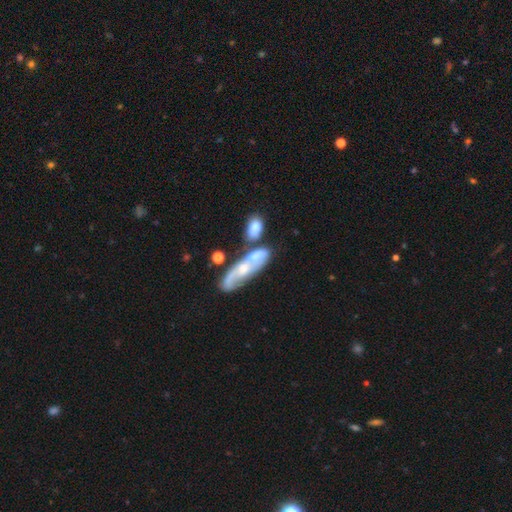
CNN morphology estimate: Overall: featured or disk (53%; smooth 39%). Edge-on disk: no (83%). Merging: merger (47%; none 26%).